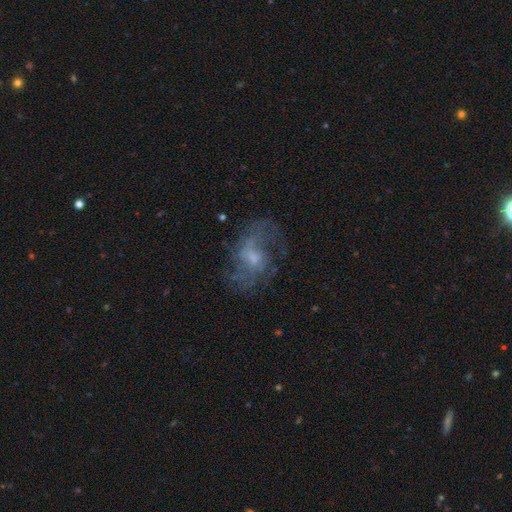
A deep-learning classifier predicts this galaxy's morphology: A featured or disk galaxy (69%) with no bar (51%), 2 (58%) loose (44%) spiral arms (86%) and a small central bulge (48%).

Vote fractions:
- Smooth or featured? featured or disk: 69% / smooth: 16% / star or artifact: 15%
- Edge-on disk? no: 96% / yes: 4%
- Bar? no: 51% / weak: 42% / strong: 7%
- Spiral arms? yes: 86% / no: 14%
- Spiral winding? loose: 44% / medium: 41% / tight: 15%
- Spiral arm count? 2: 58% / can't tell: 23% / 3: 7% / 1: 6% / 4: 3% / more than 4: 3%
- Bulge size? small: 48% / moderate: 38% / none: 8% / large: 4% / dominant: 1%
- Merging? none: 67% / minor disturbance: 17% / major disturbance: 15% / merger: 2%